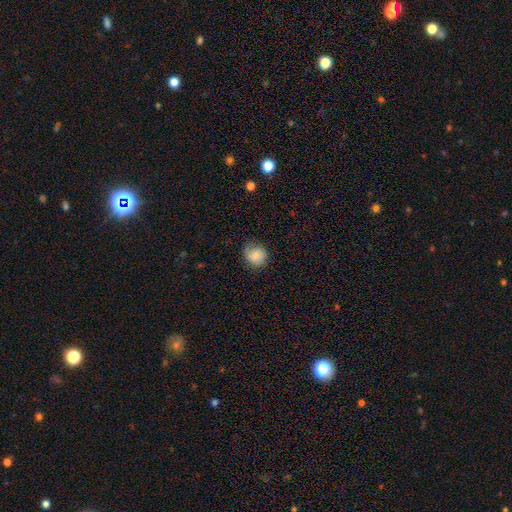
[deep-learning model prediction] This appears to be a smooth galaxy with no disk features (81%) that is round (82%). Merging: none (67%).